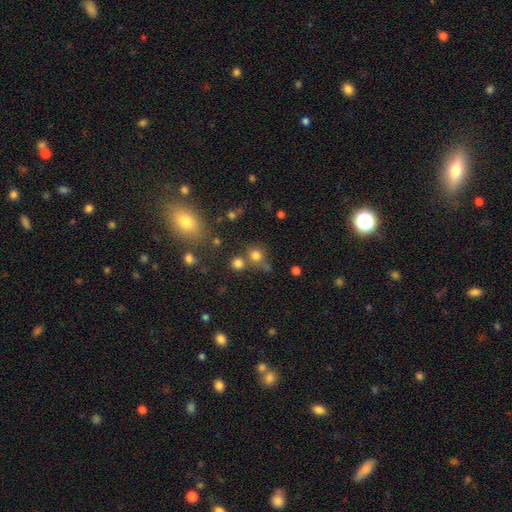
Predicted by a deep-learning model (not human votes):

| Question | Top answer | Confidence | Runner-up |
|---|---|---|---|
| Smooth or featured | smooth | 75% | star or artifact (18%) |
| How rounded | round | 88% | in between (11%) |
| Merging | none | 60% | merger (23%) |